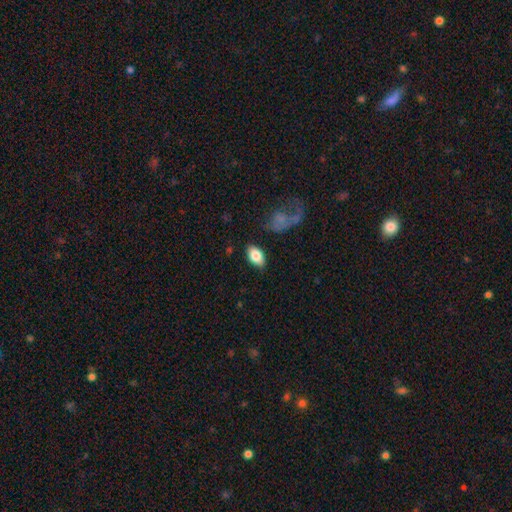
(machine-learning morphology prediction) smooth-or-featured: smooth: 81% | featured or disk: 12% | star or artifact: 7%
  how-rounded: in between: 92% | round: 6% | cigar-shaped: 2%
  merging: none: 83% | minor disturbance: 11% | major disturbance: 3% | merger: 2%